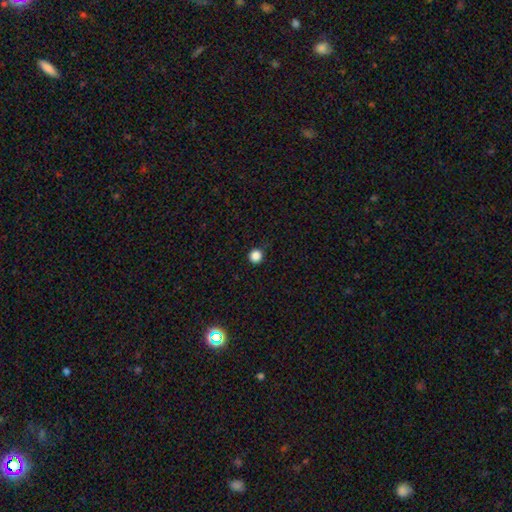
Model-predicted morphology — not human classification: type=smooth (85%); roundness=round (96%); merging=none (90%).